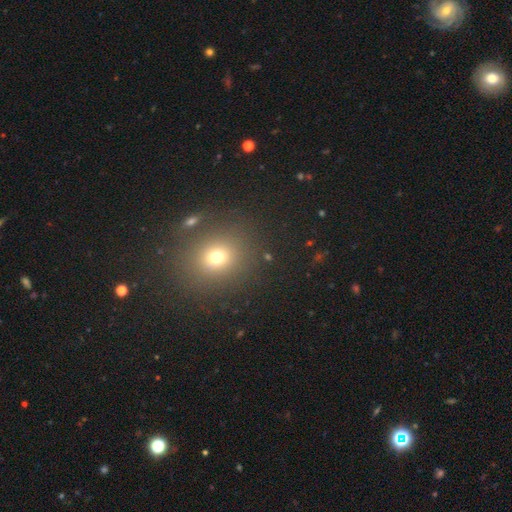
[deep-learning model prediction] Overall: smooth (61%; star or artifact 31%). How rounded: round (76%). Merging: none (88%).